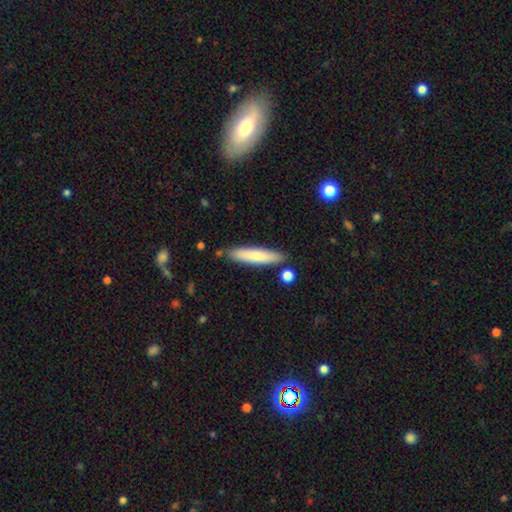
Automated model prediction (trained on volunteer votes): Morphology: type=smooth (74%); roundness=cigar-shaped (86%); merging=none (85%).